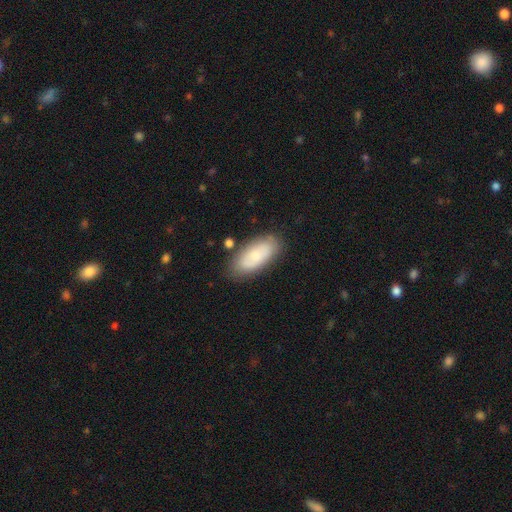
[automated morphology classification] Smooth or featured?
  - smooth: 69% *
  - featured or disk: 25%
  - star or artifact: 7%
How rounded?
  - in between: 89% *
  - cigar-shaped: 9%
  - round: 2%
Merging?
  - none: 77% *
  - minor disturbance: 16%
  - major disturbance: 4%
  - merger: 3%